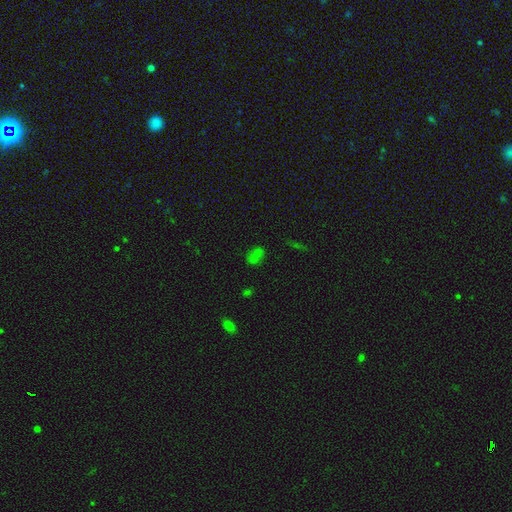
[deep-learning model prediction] smooth-or-featured: smooth: 63% | star or artifact: 27% | featured or disk: 10%
  how-rounded: in between: 80% | round: 14% | cigar-shaped: 7%
  merging: none: 73% | minor disturbance: 17% | major disturbance: 6% | merger: 3%